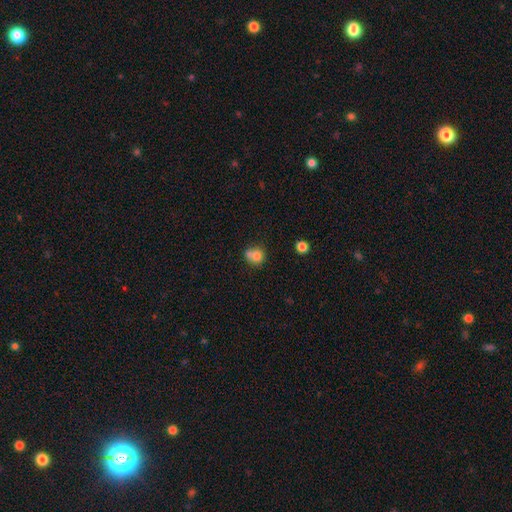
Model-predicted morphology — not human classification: smooth-or-featured: smooth: 76% | featured or disk: 14% | star or artifact: 11%
  how-rounded: round: 76% | in between: 23% | cigar-shaped: 1%
  merging: merger: 43% | none: 39% | minor disturbance: 13% | major disturbance: 5%